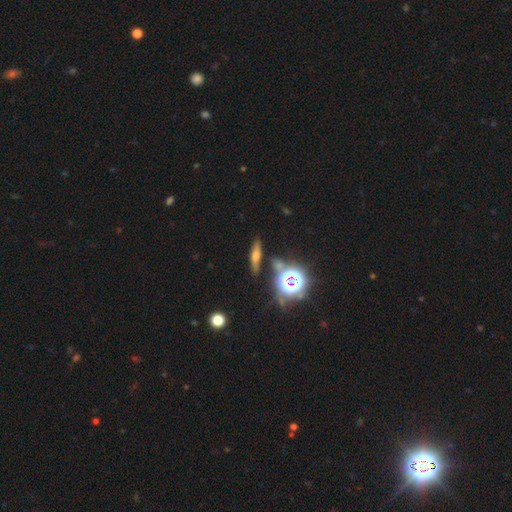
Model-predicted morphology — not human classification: Overall: smooth (43%; featured or disk 32%). Merging: none (80%).